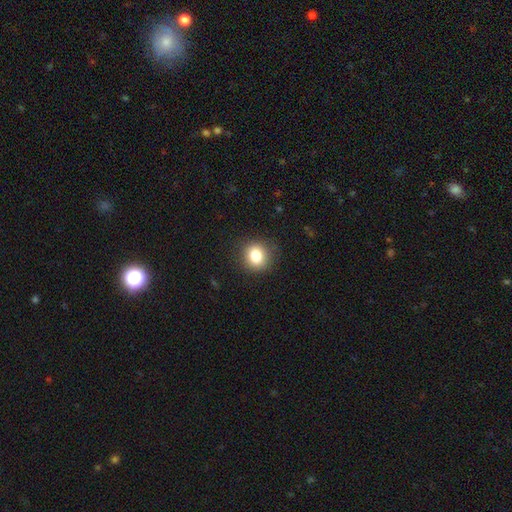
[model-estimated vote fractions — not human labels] Smooth or featured? Predicted: smooth (p=0.82). How rounded? Predicted: round (p=0.79). Merging? Predicted: none (p=0.88).